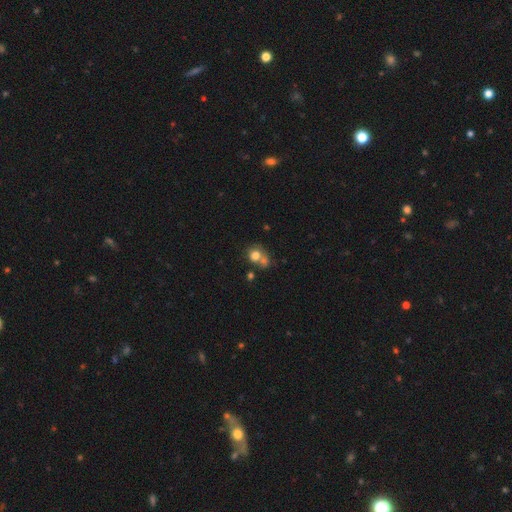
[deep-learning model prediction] Q: Smooth or featured?
A: smooth (75%); runner-up: featured or disk (13%)
Q: How rounded?
A: round (74%); runner-up: in between (25%)
Q: Merging?
A: merger (45%); runner-up: none (38%)